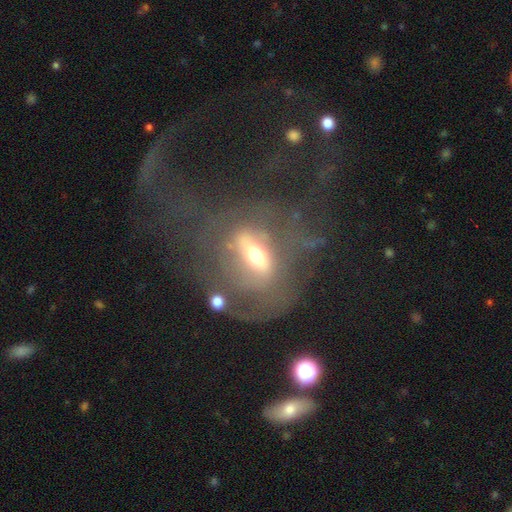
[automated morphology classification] Smooth or featured: featured or disk — 68% (smooth — 22%)
Edge-on disk: no — 84% (yes — 16%)
Bar: strong — 45% (weak — 29%)
Spiral arms: no — 55% (yes — 45%)
Bulge size: moderate — 59% (small — 27%)
Merging: none — 40% (major disturbance — 37%)